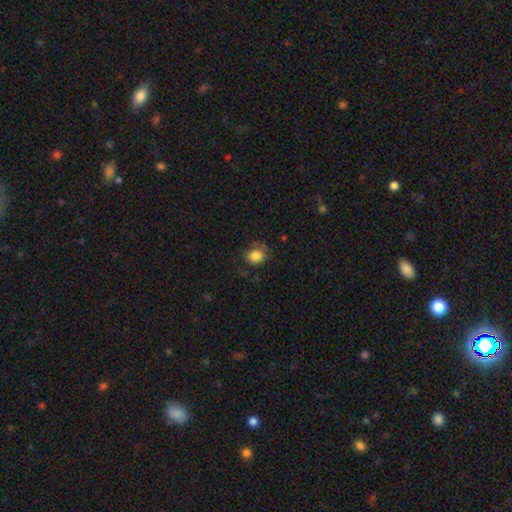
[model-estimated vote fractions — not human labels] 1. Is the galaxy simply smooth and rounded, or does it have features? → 84% smooth, 10% star or artifact, 7% featured or disk.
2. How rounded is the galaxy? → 63% round, 36% in between, 1% cigar-shaped.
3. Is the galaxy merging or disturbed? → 67% none, 23% minor disturbance, 8% major disturbance, 2% merger.